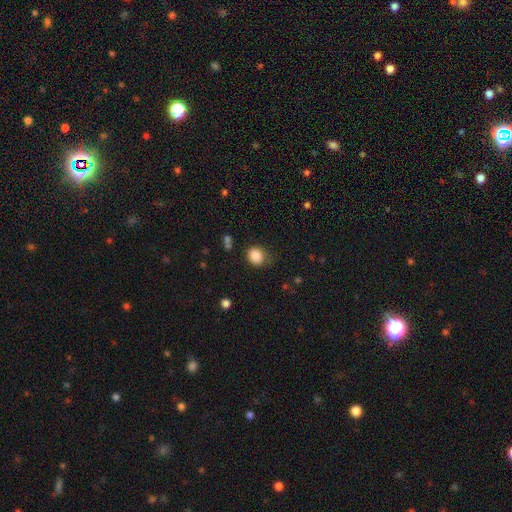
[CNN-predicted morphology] smooth-or-featured: smooth: 86% | star or artifact: 10% | featured or disk: 4%
  how-rounded: round: 72% | in between: 27% | cigar-shaped: 1%
  merging: none: 67% | minor disturbance: 23% | major disturbance: 7% | merger: 3%